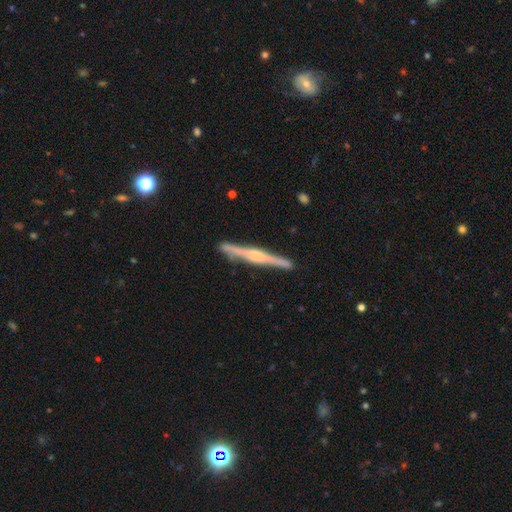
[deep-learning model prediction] This is likely a featured or disk galaxy (78%). It is clearly viewed edge-on (98%). Edge-on bulge: likely rounded (63%). Merging: clearly none (91%).